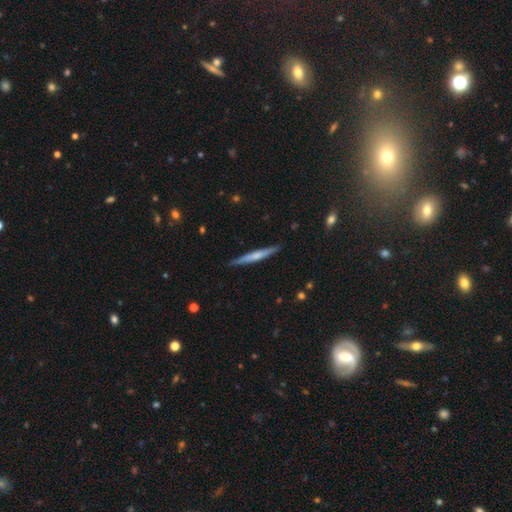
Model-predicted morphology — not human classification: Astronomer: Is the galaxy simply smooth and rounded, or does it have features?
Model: smooth — 48% (runner-up: featured or disk, 47%).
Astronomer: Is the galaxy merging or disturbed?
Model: none — 88%.